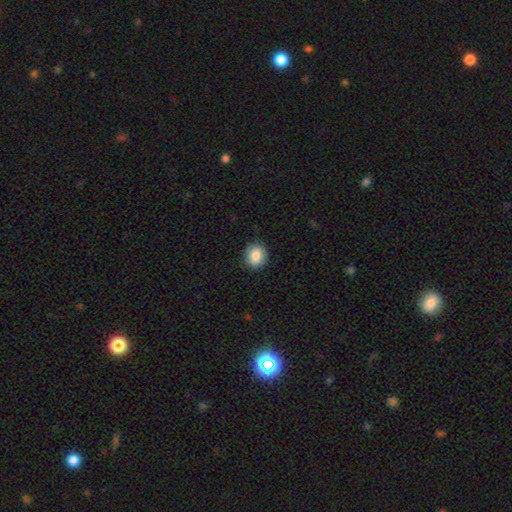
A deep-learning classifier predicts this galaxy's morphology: smooth-or-featured: smooth: 87% | star or artifact: 8% | featured or disk: 5%
  how-rounded: round: 67% | in between: 32% | cigar-shaped: 1%
  merging: none: 87% | minor disturbance: 10% | major disturbance: 2% | merger: 1%